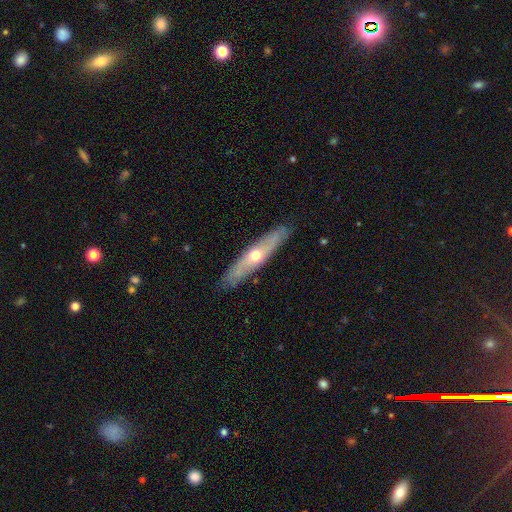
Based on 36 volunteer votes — Overall: featured or disk (53%; smooth 47%). Edge-on disk: yes (84%). Edge-on bulge: rounded (94%). Merging: none (72%).